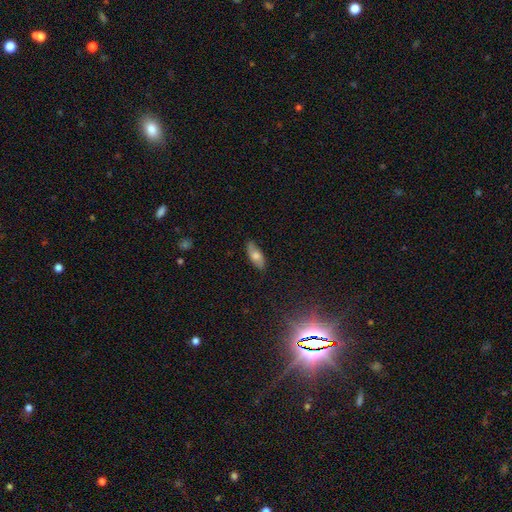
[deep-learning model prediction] Smooth or featured: smooth — 66% (featured or disk — 26%)
How rounded: in between — 82% (cigar-shaped — 15%)
Merging: none — 83% (minor disturbance — 14%)